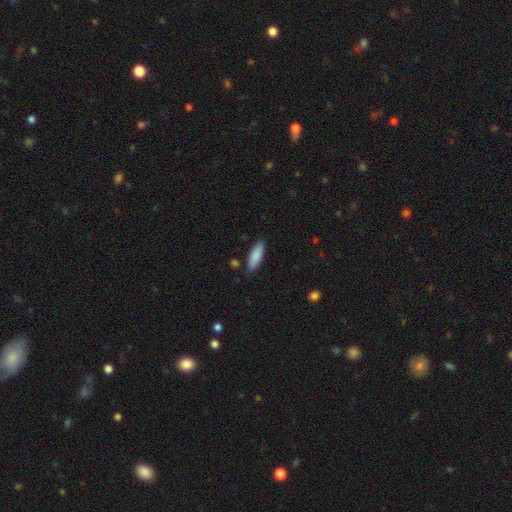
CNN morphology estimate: smooth-or-featured: smooth: 87% | featured or disk: 7% | star or artifact: 6%
  how-rounded: in between: 58% | cigar-shaped: 40% | round: 2%
  merging: none: 83% | minor disturbance: 12% | major disturbance: 2% | merger: 2%